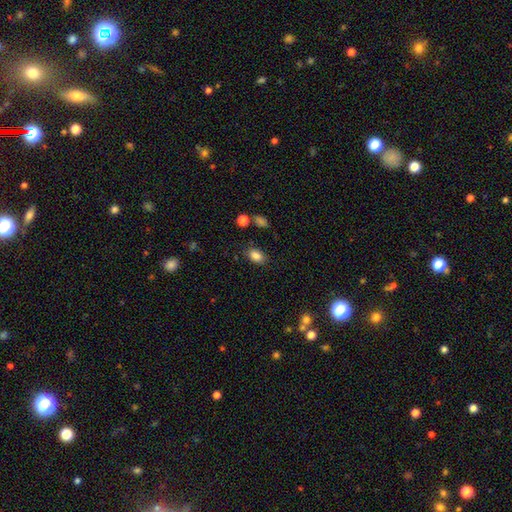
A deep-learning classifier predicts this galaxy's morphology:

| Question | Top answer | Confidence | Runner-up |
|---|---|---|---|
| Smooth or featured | smooth | 85% | star or artifact (10%) |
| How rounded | in between | 85% | round (14%) |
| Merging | none | 82% | minor disturbance (12%) |